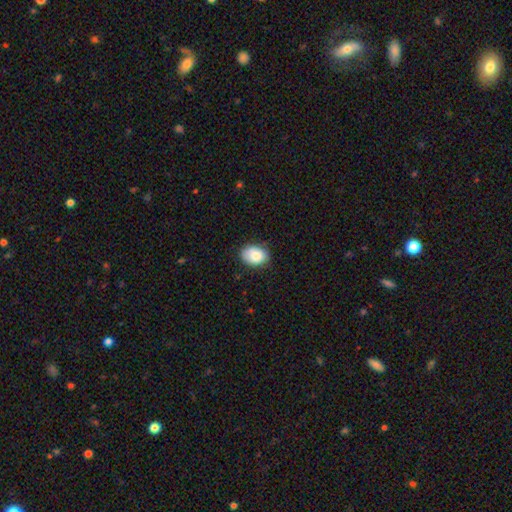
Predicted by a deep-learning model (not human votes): Smooth or featured? smooth (85%)
How rounded? in between (71%)
Merging? none (74%)